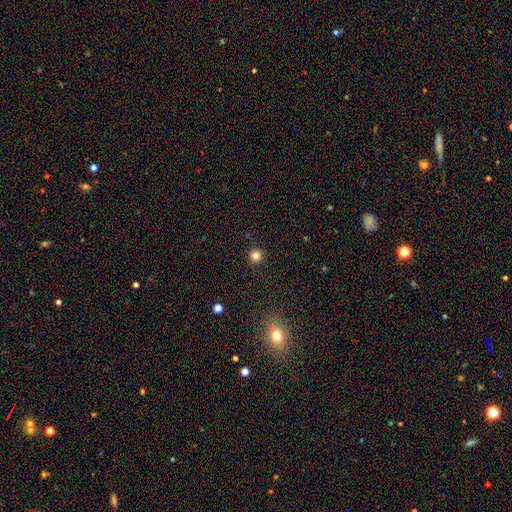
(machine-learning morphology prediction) This appears to be a smooth galaxy with no disk features (81%) that is round (96%). Merging: none (93%).